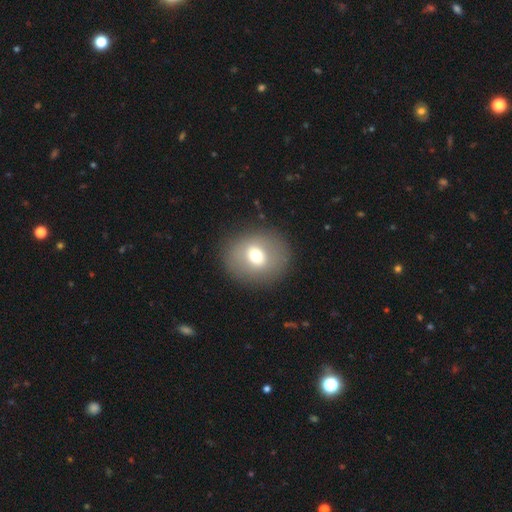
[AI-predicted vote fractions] Smooth or featured?
  - smooth: 66% *
  - featured or disk: 24%
  - star or artifact: 10%
How rounded?
  - round: 66% *
  - in between: 33%
  - cigar-shaped: 1%
Merging?
  - none: 86% *
  - minor disturbance: 8%
  - major disturbance: 5%
  - merger: 1%